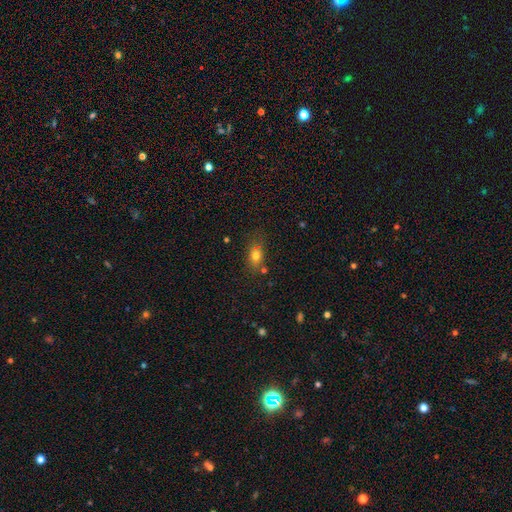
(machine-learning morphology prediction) The model was most divided on "how rounded": in between: 65%, round: 30%, cigar-shaped: 4%. More confident: smooth or featured — smooth (75%); merging — none (63%).